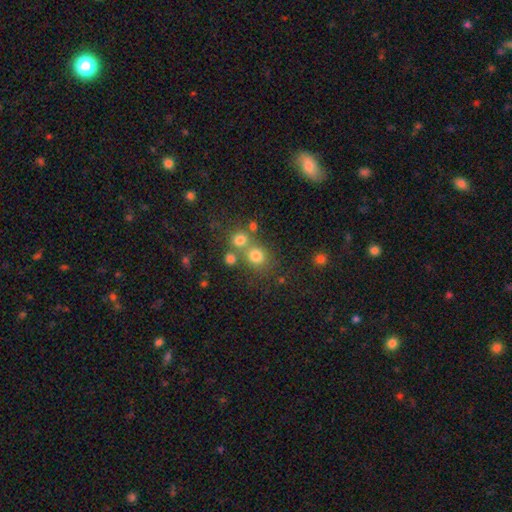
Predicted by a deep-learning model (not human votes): Q: Smooth or featured?
A: smooth (74%); runner-up: star or artifact (17%)
Q: How rounded?
A: round (82%); runner-up: in between (17%)
Q: Merging?
A: none (59%); runner-up: merger (27%)